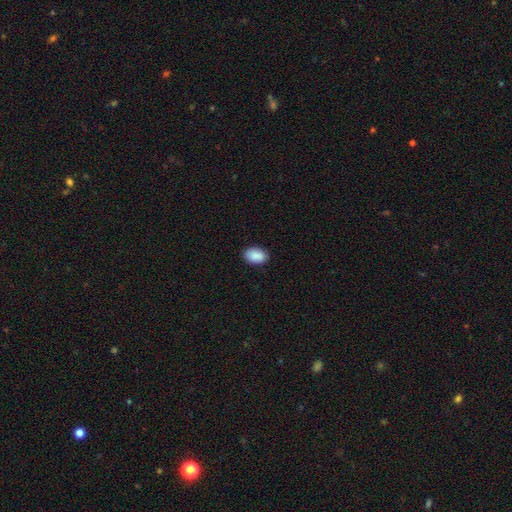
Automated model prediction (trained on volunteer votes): Morphology: type=smooth (89%); roundness=in between (88%); merging=none (88%).